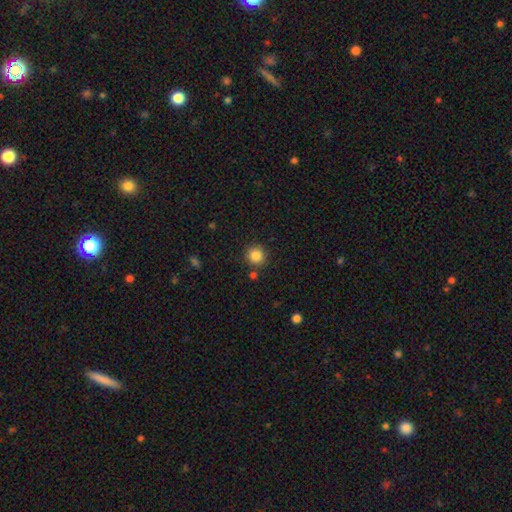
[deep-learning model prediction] A smooth galaxy with no disk features (85%) that is round (92%). Merging: none (85%).